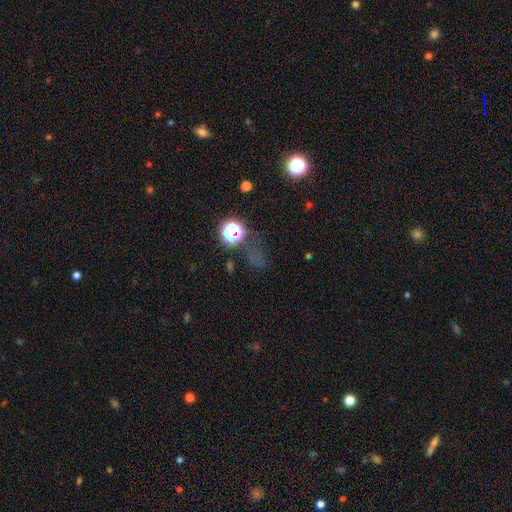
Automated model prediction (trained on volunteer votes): Overall: star or artifact (59%; smooth 30%).